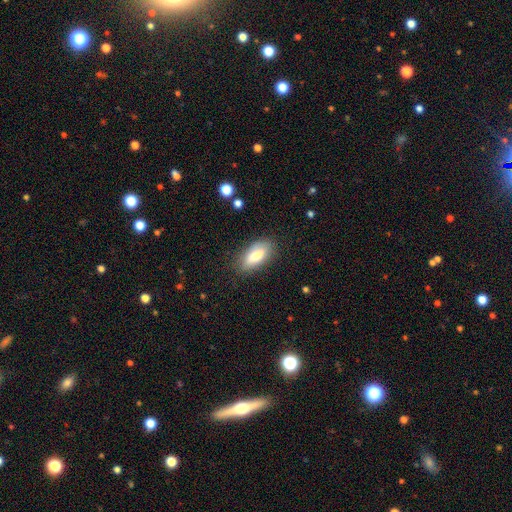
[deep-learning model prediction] The model was most divided on "smooth or featured": smooth: 78%, featured or disk: 15%, star or artifact: 7%. More confident: how rounded — in between (84%); merging — none (82%).